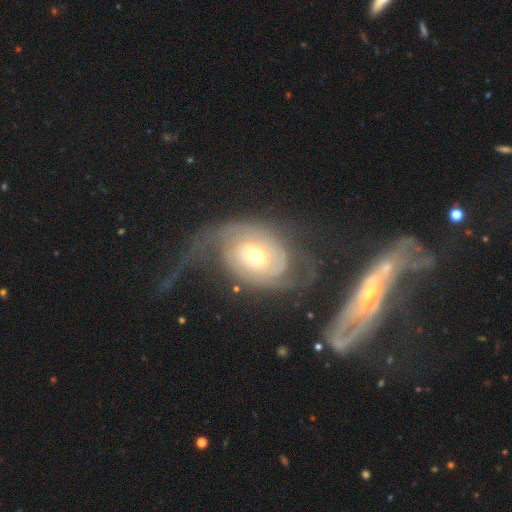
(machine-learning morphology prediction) smooth-or-featured: featured or disk: 81% | smooth: 13% | star or artifact: 6%
  disk-edge-on: no: 95% | yes: 5%
    bar: no: 68% | weak: 25% | strong: 8%
    has-spiral-arms: yes: 91% | no: 9%
      spiral-winding: tight: 49% | medium: 31% | loose: 20%
      spiral-arm-count: 2: 54% | can't tell: 23% | 1: 10% | 3: 7% | 4: 3% | more than 4: 3%
    bulge-size: moderate: 60% | small: 32% | large: 6% | dominant: 1% | none: 1%
  merging: major disturbance: 35% | none: 34% | minor disturbance: 15% | merger: 15%